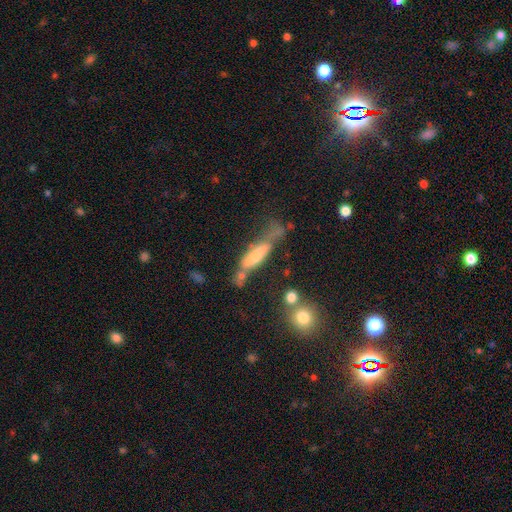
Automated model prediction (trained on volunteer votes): This appears to be a smooth galaxy with no disk features (56%) that is cigar-shaped (68%). Merging: none (28%).